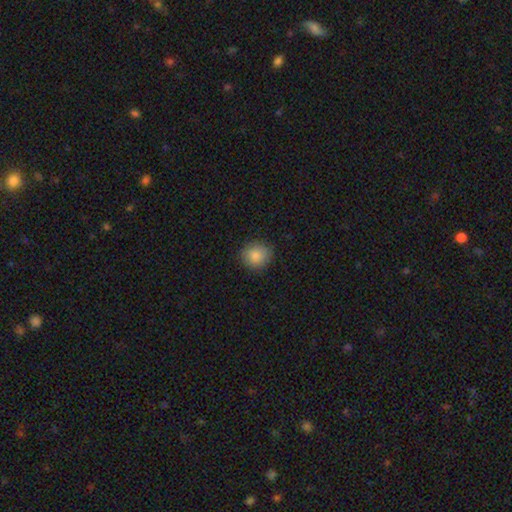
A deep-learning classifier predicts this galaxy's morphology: type=smooth (86%); roundness=round (83%); merging=none (87%).